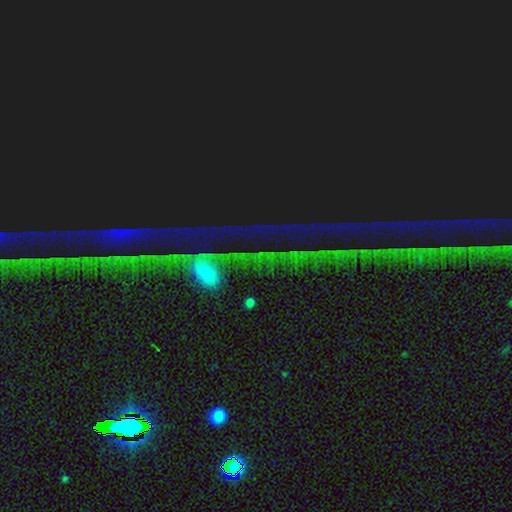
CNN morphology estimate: A star or artifact, not a galaxy (57%).

Vote fractions:
- Smooth or featured? star or artifact: 57% / featured or disk: 22% / smooth: 20%